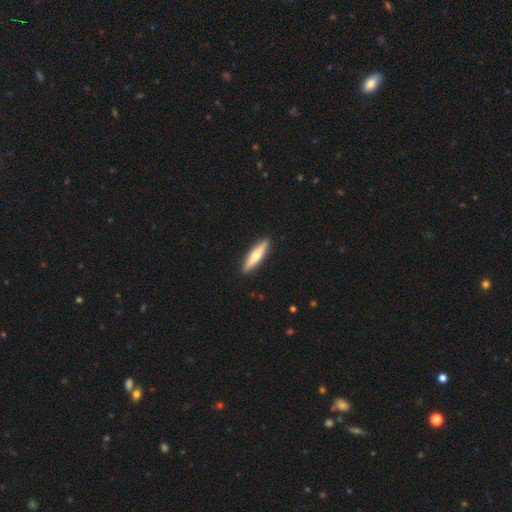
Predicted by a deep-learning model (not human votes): The model was most divided on "smooth or featured": smooth: 53%, featured or disk: 42%, star or artifact: 5%. More confident: merging — none (92%); how rounded — cigar-shaped (83%).